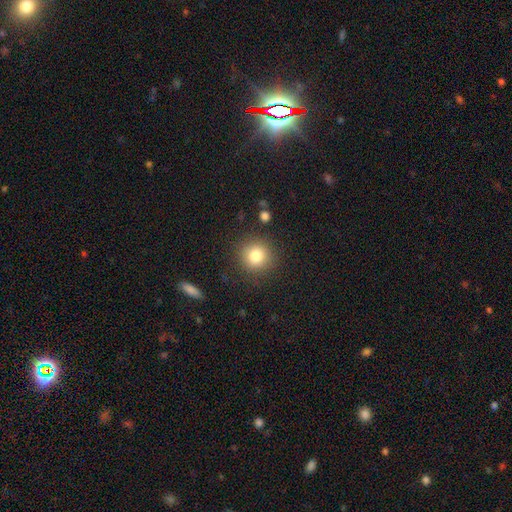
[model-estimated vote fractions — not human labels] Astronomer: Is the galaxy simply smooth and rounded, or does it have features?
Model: smooth — 81%.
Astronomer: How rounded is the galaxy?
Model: round — 92%.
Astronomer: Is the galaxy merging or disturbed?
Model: none — 88%.